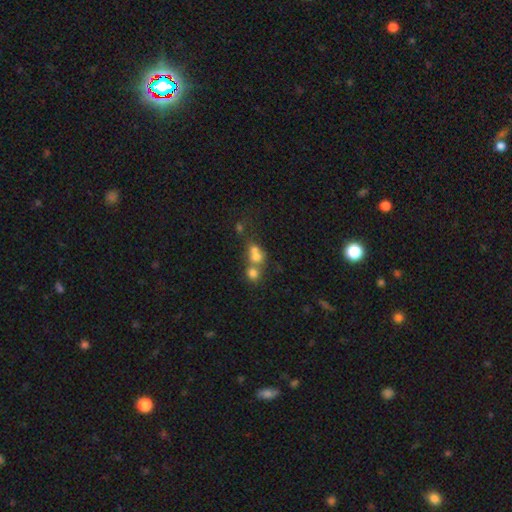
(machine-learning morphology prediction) A smooth galaxy with no disk features (65%) that is round (77%).

Vote fractions:
- Smooth or featured? smooth: 65% / featured or disk: 19% / star or artifact: 17%
- How rounded? round: 77% / in between: 21% / cigar-shaped: 2%
- Merging? merger: 61% / none: 29% / minor disturbance: 6% / major disturbance: 4%